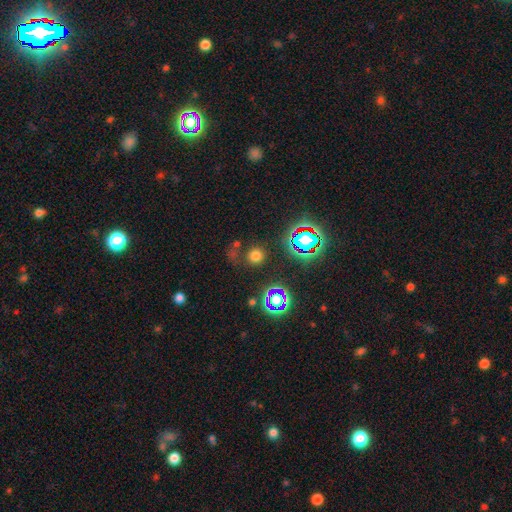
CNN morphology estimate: A smooth galaxy with no disk features (65%) that is round (90%).

Vote fractions:
- Smooth or featured? smooth: 65% / star or artifact: 27% / featured or disk: 8%
- How rounded? round: 90% / in between: 8% / cigar-shaped: 1%
- Merging? none: 77% / minor disturbance: 10% / merger: 7% / major disturbance: 6%